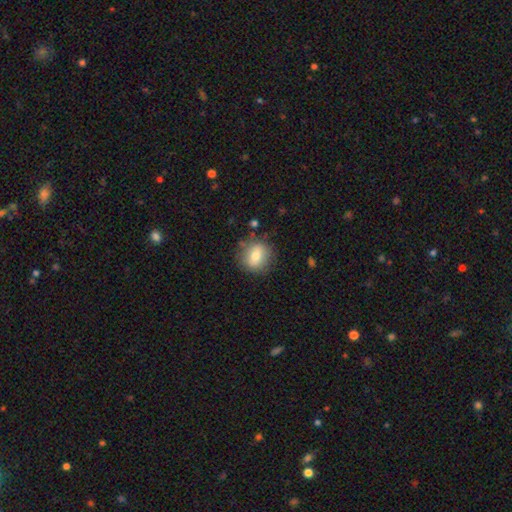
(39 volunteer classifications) A smooth galaxy with no disk features (62%) that is round (92%).

Vote fractions:
- Smooth or featured? smooth: 62% / featured or disk: 31% / star or artifact: 8%
- How rounded? round: 92% / in between: 8% / cigar-shaped: 0%
- Merging? none: 81% / minor disturbance: 17% / major disturbance: 3% / merger: 0%